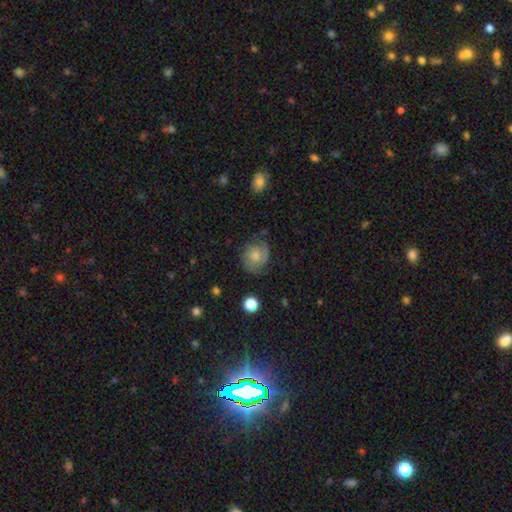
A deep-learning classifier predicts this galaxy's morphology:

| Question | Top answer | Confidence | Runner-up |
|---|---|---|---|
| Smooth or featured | featured or disk | 47% | smooth (45%) |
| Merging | none | 66% | minor disturbance (23%) |